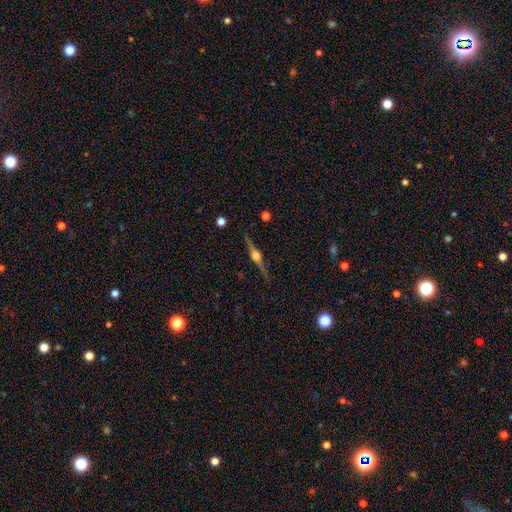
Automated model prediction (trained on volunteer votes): The model was most divided on "smooth or featured": featured or disk: 84%, smooth: 9%, star or artifact: 7%. More confident: edge-on disk — yes (98%); edge-on bulge — rounded (92%); merging — none (89%).